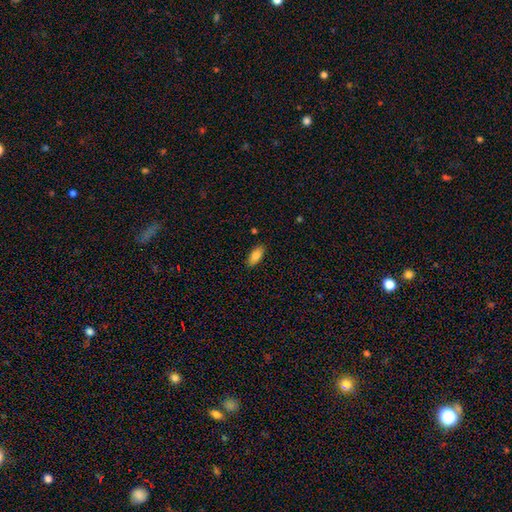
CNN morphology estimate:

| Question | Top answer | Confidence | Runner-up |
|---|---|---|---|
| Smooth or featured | smooth | 84% | featured or disk (9%) |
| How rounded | in between | 85% | cigar-shaped (13%) |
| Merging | none | 87% | minor disturbance (9%) |